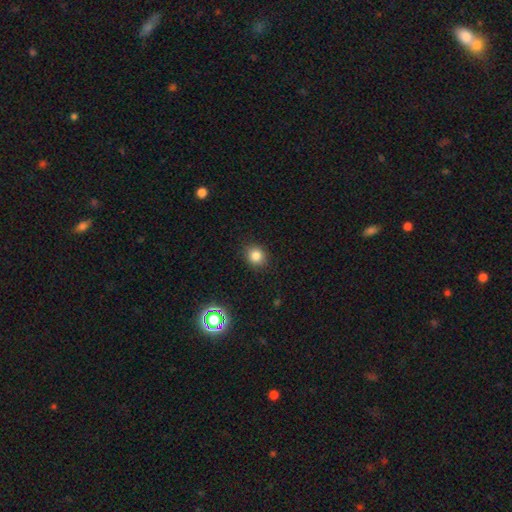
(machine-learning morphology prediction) Smooth or featured? smooth (81%)
How rounded? round (74%)
Merging? none (88%)